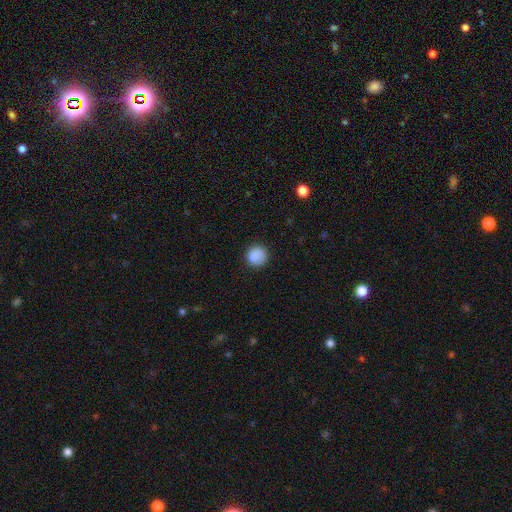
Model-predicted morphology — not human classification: This is clearly a smooth galaxy (88%). How rounded: clearly round (94%). Merging: clearly none (88%).